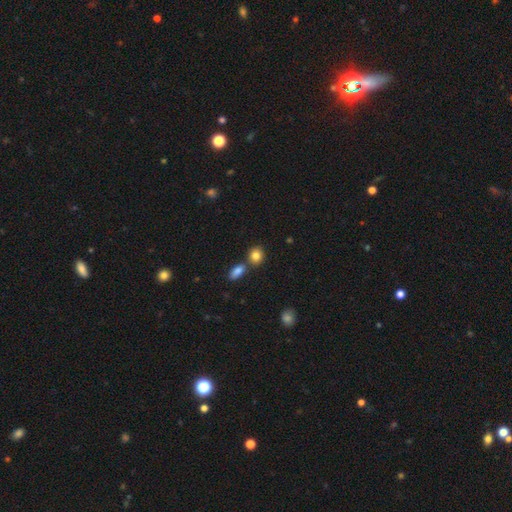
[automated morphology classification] Overall: smooth (83%). How rounded: round (65%; in between 33%). Merging: none (64%).